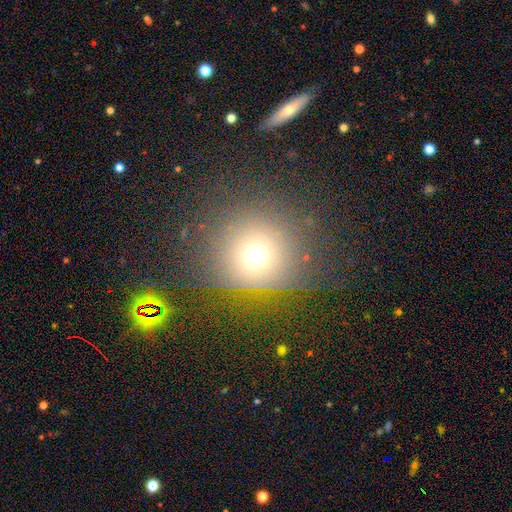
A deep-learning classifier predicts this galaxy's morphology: This is likely a smooth galaxy (64%). How rounded: clearly round (91%). Merging: likely none (76%).